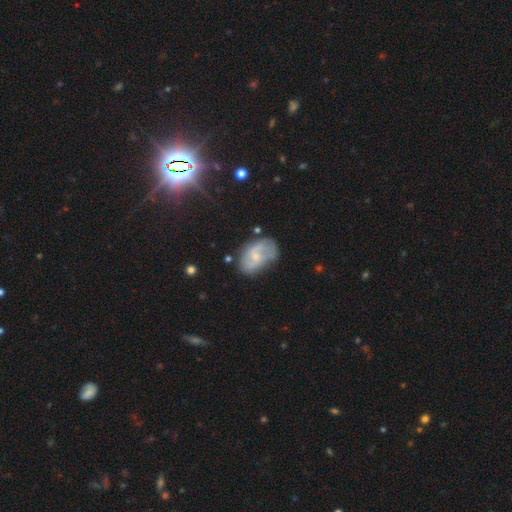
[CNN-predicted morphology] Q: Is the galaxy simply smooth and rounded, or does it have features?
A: featured or disk — 57%.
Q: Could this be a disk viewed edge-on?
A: no — 96%.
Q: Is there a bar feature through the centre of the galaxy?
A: no — 50%.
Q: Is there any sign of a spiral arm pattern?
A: yes — 75%.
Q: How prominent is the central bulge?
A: small — 60%.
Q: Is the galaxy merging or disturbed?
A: none — 56%.